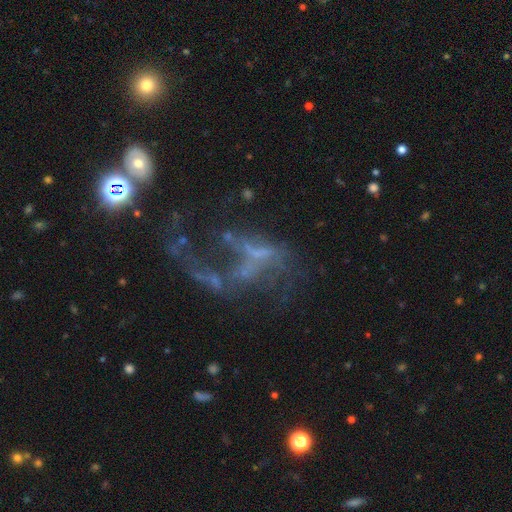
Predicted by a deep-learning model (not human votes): Smooth or featured? featured or disk (57%)
Edge-on disk? no (95%)
Bar? no (78%)
Spiral arms? no (81%)
Bulge size? none (74%)
Merging? major disturbance (50%)